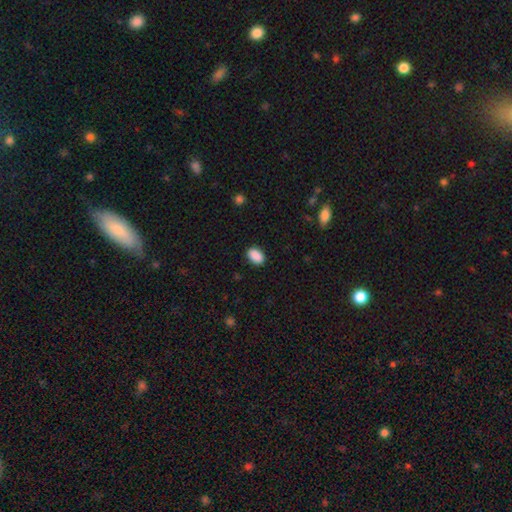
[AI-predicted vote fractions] Q: Smooth or featured?
A: smooth (90%); runner-up: star or artifact (8%)
Q: How rounded?
A: in between (88%); runner-up: round (10%)
Q: Merging?
A: none (88%); runner-up: minor disturbance (9%)